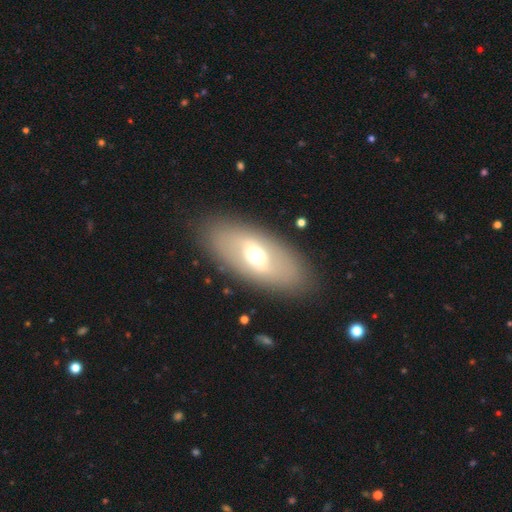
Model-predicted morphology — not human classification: smooth_or_featured: smooth (p=0.48) [alt: featured or disk p=0.45]
merging: none (p=0.86) [alt: minor disturbance p=0.09]